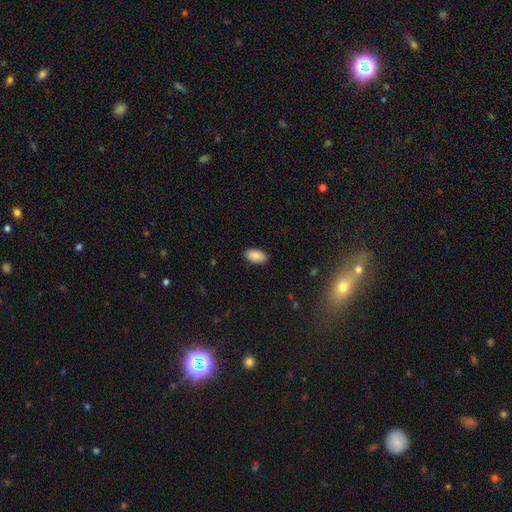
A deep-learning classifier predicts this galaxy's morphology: Q: Smooth or featured?
A: smooth (89%); runner-up: star or artifact (7%)
Q: How rounded?
A: in between (95%); runner-up: round (3%)
Q: Merging?
A: none (90%); runner-up: minor disturbance (8%)